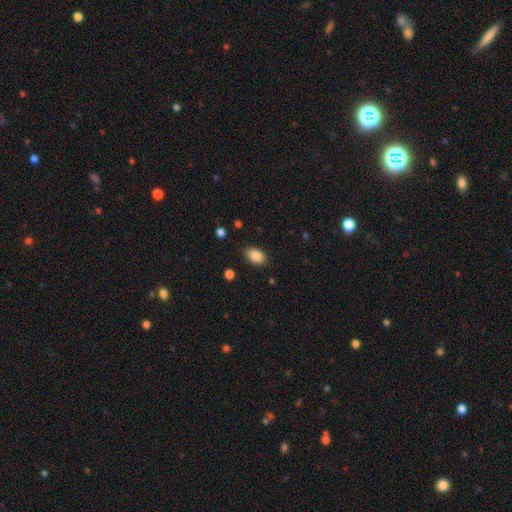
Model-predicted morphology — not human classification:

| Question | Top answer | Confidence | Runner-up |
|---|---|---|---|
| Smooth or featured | smooth | 88% | star or artifact (8%) |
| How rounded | in between | 91% | round (7%) |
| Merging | none | 85% | minor disturbance (11%) |